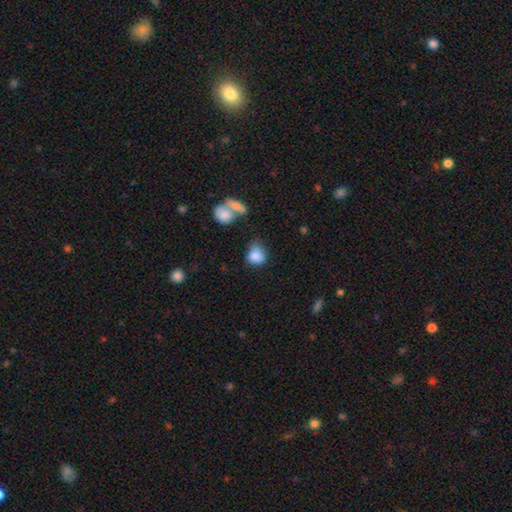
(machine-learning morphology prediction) Smooth or featured?
  - smooth: 82% *
  - star or artifact: 9%
  - featured or disk: 8%
How rounded?
  - round: 53% *
  - in between: 45%
  - cigar-shaped: 1%
Merging?
  - none: 43% *
  - minor disturbance: 31%
  - major disturbance: 13%
  - merger: 13%